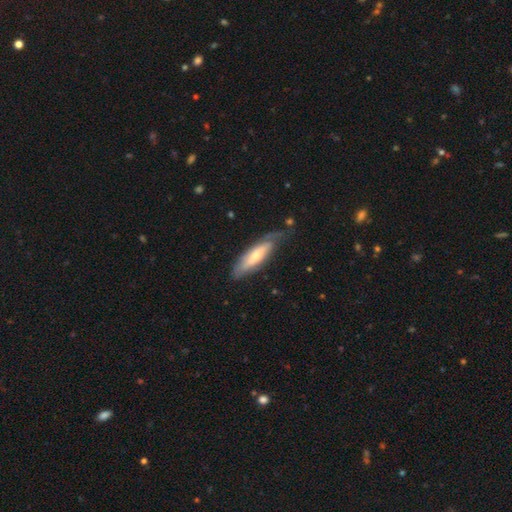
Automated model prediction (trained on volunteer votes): smooth_or_featured: featured or disk (p=0.48) [alt: smooth p=0.46]
merging: none (p=0.60) [alt: minor disturbance p=0.27]